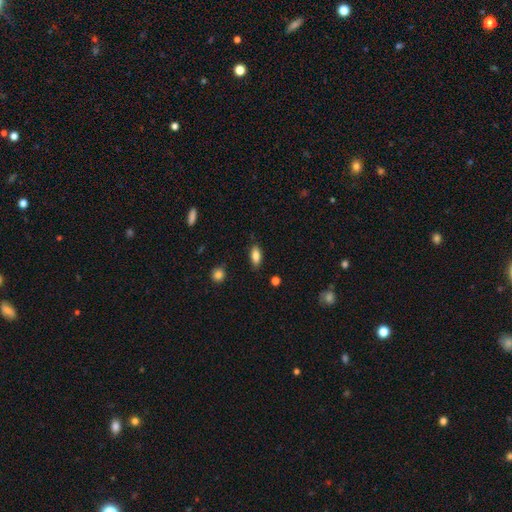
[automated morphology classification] Smooth or featured: smooth — 84% (featured or disk — 8%)
How rounded: in between — 83% (cigar-shaped — 14%)
Merging: none — 84% (minor disturbance — 12%)